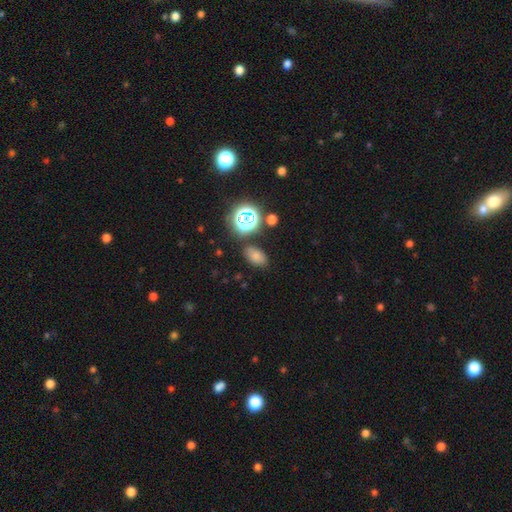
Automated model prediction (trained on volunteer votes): This appears to be a smooth galaxy with no disk features (69%) that is in between round and cigar-shaped (85%). Merging: none (79%).